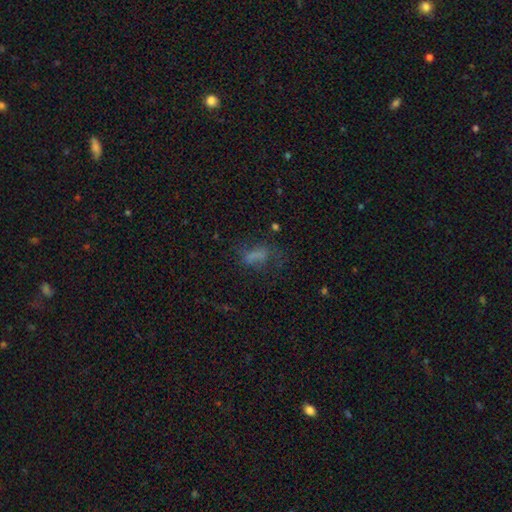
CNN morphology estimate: smooth 60%, featured or disk 20%, star or artifact 20%. Down the decision tree: how rounded — in between (72%); merging — none (41%).